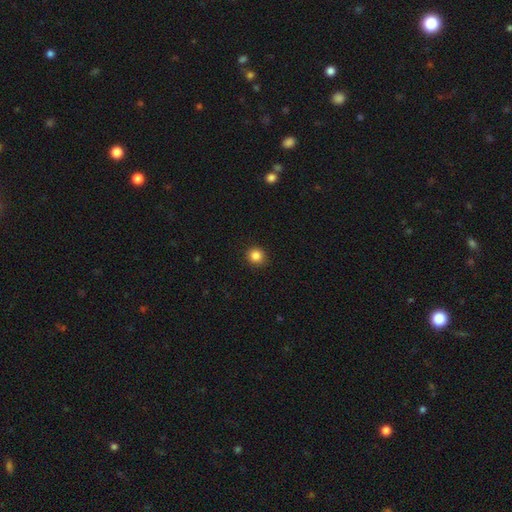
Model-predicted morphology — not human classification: Smooth or featured? smooth (85%)
How rounded? round (90%)
Merging? none (90%)